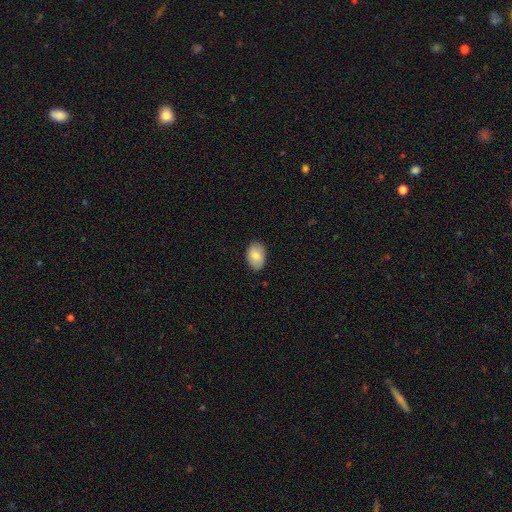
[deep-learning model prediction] smooth_or_featured: smooth (p=0.81) [alt: featured or disk p=0.12]
how_rounded: in between (p=0.87) [alt: round p=0.12]
merging: none (p=0.85) [alt: minor disturbance p=0.12]